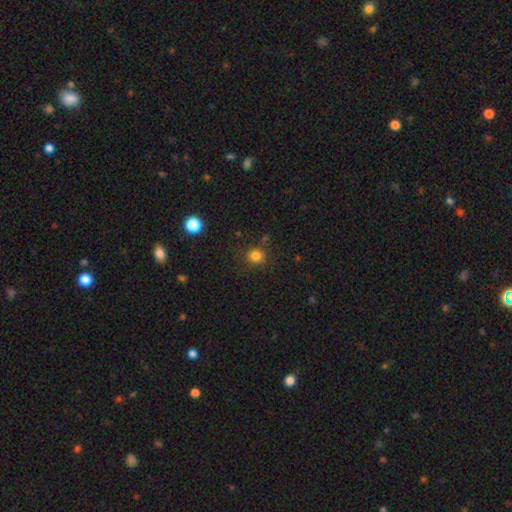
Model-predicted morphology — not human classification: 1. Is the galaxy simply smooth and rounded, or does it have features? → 81% smooth, 14% star or artifact, 5% featured or disk.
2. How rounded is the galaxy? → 91% round, 9% in between, 1% cigar-shaped.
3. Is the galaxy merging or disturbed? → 82% none, 10% minor disturbance, 4% merger, 4% major disturbance.